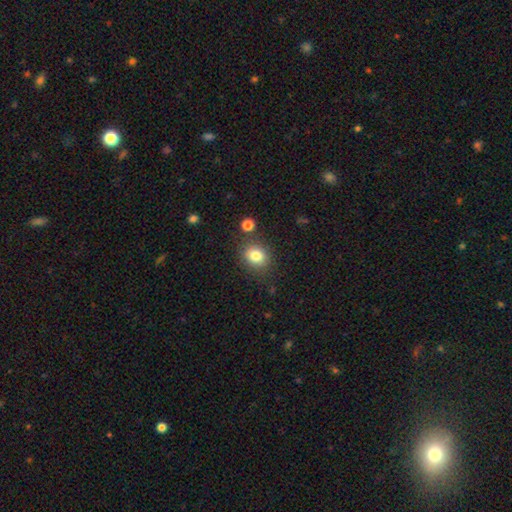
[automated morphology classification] smooth-or-featured: smooth: 81% | star or artifact: 11% | featured or disk: 8%
  how-rounded: round: 64% | in between: 35% | cigar-shaped: 1%
  merging: none: 79% | minor disturbance: 12% | merger: 5% | major disturbance: 4%